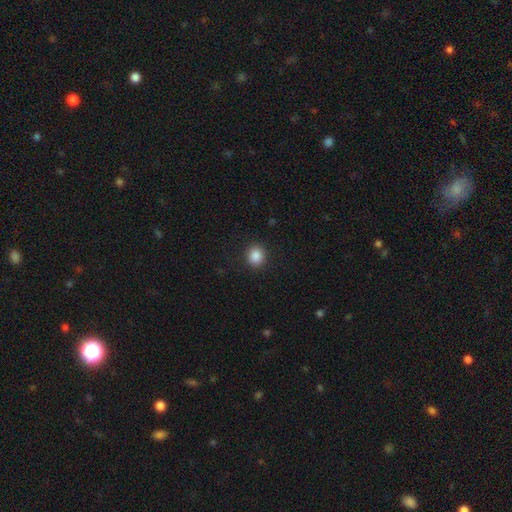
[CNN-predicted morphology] smooth-or-featured: smooth: 87% | star or artifact: 10% | featured or disk: 3%
  how-rounded: round: 79% | in between: 20% | cigar-shaped: 1%
  merging: none: 90% | minor disturbance: 7% | major disturbance: 2% | merger: 1%